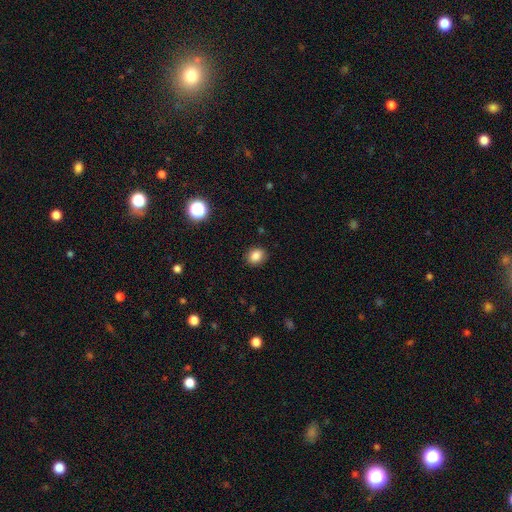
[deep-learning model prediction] Smooth or featured? smooth (84%)
How rounded? round (59%)
Merging? none (89%)